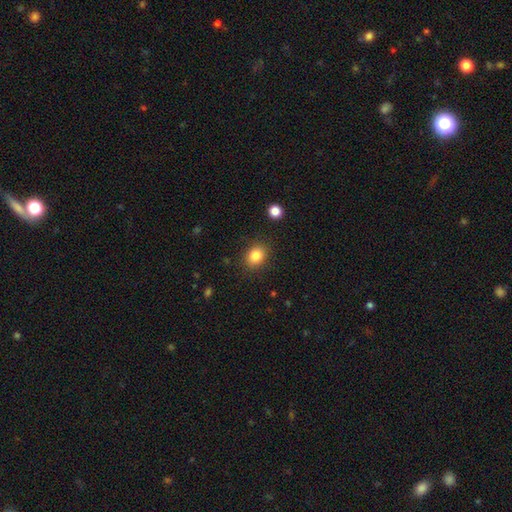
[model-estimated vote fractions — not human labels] Morphology: type=smooth (84%); roundness=round (52%); merging=none (87%).